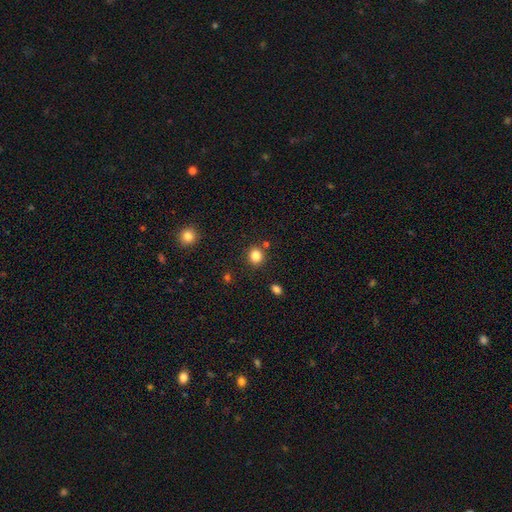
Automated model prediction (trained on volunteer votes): A smooth galaxy with no disk features (83%) that is round (83%). Merging: none (85%).